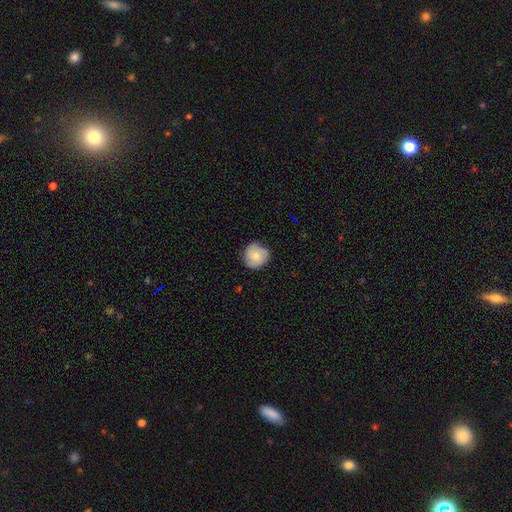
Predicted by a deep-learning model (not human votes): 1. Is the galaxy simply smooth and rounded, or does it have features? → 77% smooth, 16% featured or disk, 7% star or artifact.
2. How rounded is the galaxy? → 91% round, 8% in between, 1% cigar-shaped.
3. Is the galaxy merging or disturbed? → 81% none, 16% minor disturbance, 3% major disturbance, 1% merger.